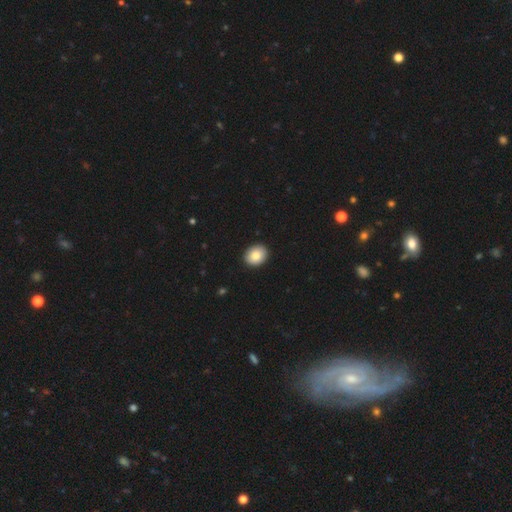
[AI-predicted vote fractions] smooth-or-featured: smooth: 84% | featured or disk: 8% | star or artifact: 8%
  how-rounded: in between: 52% | round: 48% | cigar-shaped: 1%
  merging: none: 91% | minor disturbance: 6% | major disturbance: 1% | merger: 1%